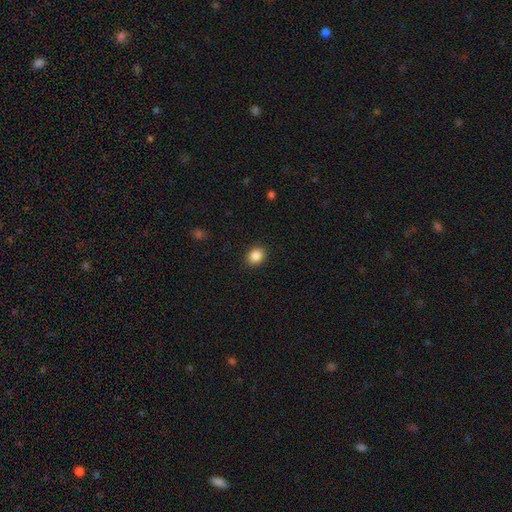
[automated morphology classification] A smooth galaxy with no disk features (87%) that is round (54%). Merging: none (90%).